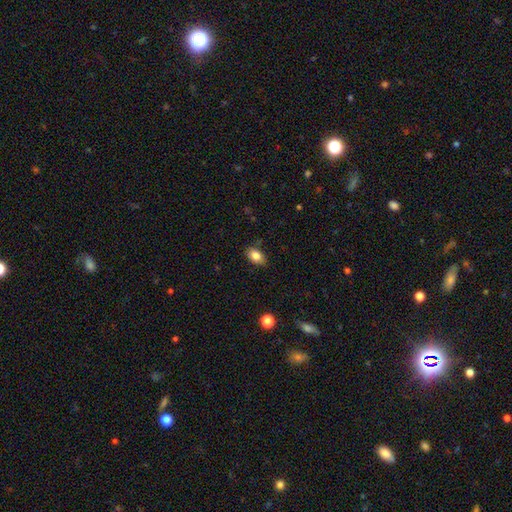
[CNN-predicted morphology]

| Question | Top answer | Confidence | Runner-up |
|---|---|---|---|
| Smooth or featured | smooth | 84% | star or artifact (9%) |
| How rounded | in between | 85% | round (13%) |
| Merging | none | 83% | minor disturbance (13%) |